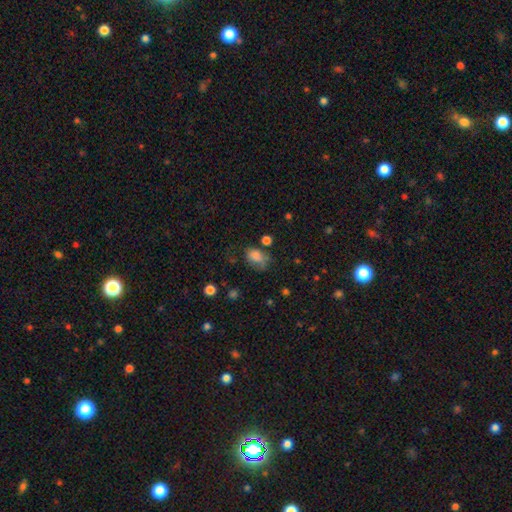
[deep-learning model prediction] This appears to be a smooth galaxy with no disk features (78%) that is in between round and cigar-shaped (77%). Merging: none (45%).